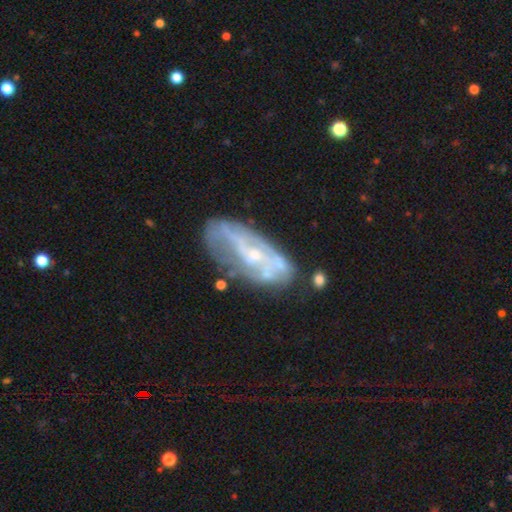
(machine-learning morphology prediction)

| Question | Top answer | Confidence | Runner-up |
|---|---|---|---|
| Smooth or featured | featured or disk | 71% | smooth (21%) |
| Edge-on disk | no | 89% | yes (11%) |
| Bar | no | 66% | weak (25%) |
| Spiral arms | no | 53% | yes (47%) |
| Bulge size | small | 65% | moderate (26%) |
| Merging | none | 54% | minor disturbance (23%) |